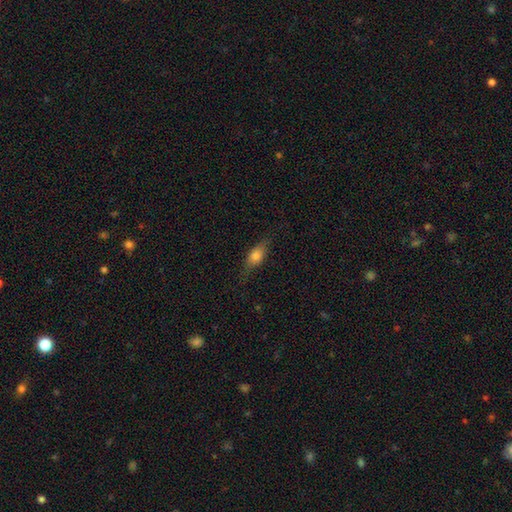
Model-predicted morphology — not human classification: Overall: smooth (66%). How rounded: in between (72%). Merging: none (75%).